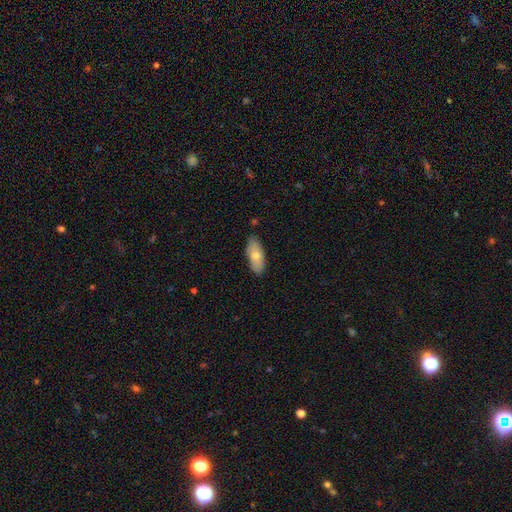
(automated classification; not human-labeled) Morphology: type=smooth (73%); roundness=in between (84%); merging=none (83%).